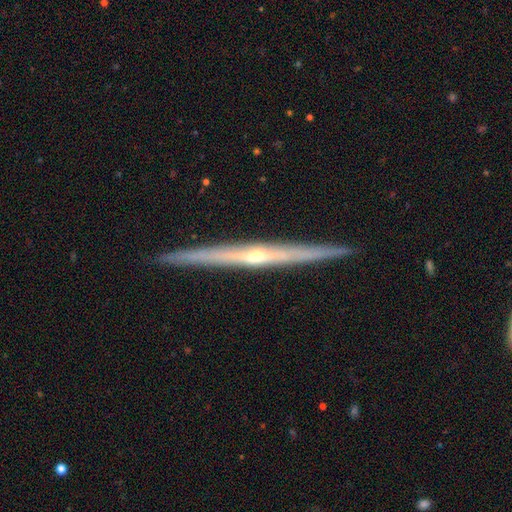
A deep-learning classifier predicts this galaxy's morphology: A featured or disk galaxy (84%) viewed edge-on (98%) with a rounded central bulge (75%). Merging: none (93%).